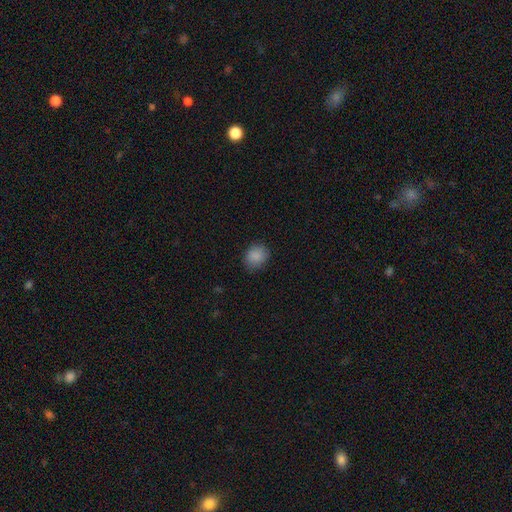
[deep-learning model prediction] This appears to be a smooth galaxy with no disk features (87%) that is round (64%). Merging: none (82%).